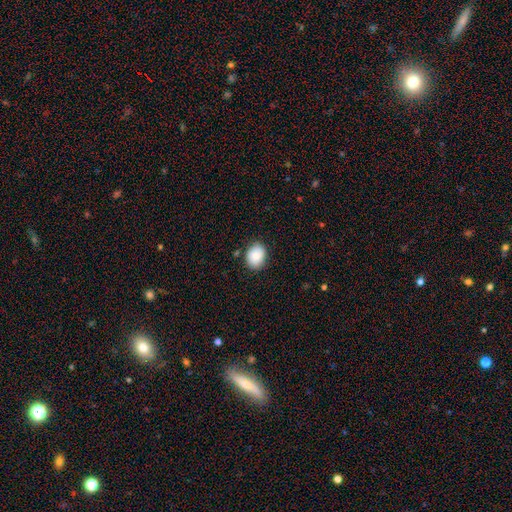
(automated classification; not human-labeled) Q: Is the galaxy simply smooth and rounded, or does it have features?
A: smooth — 88%.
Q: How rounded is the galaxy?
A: in between — 59%.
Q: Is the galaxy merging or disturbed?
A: none — 83%.